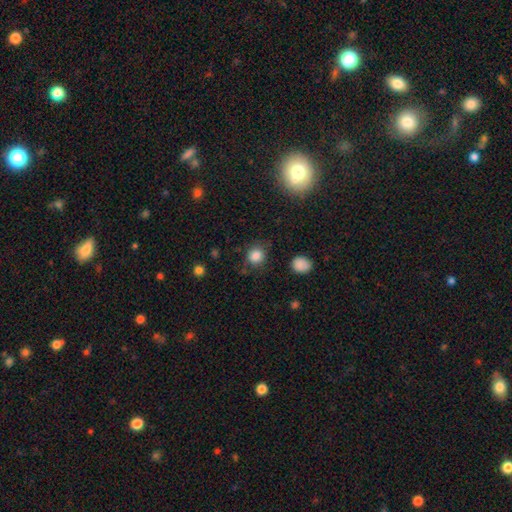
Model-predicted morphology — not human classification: smooth 84%, star or artifact 12%, featured or disk 4%. Down the decision tree: how rounded — round (79%); merging — none (79%).